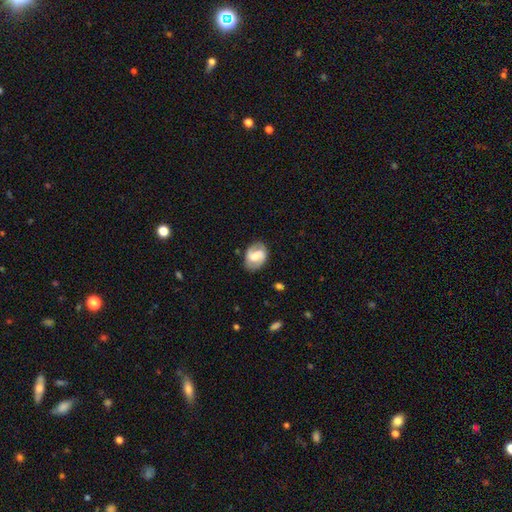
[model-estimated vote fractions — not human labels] This is likely a featured or disk galaxy (67%). It is clearly not viewed edge-on (97%). Bar: possibly weak (47%). Spiral arm pattern: clearly yes (87%). Spiral arm count: clearly 2 (87%). Spiral winding: possibly medium (46%). Central bulge: possibly moderate (45%). Merging: likely none (80%).